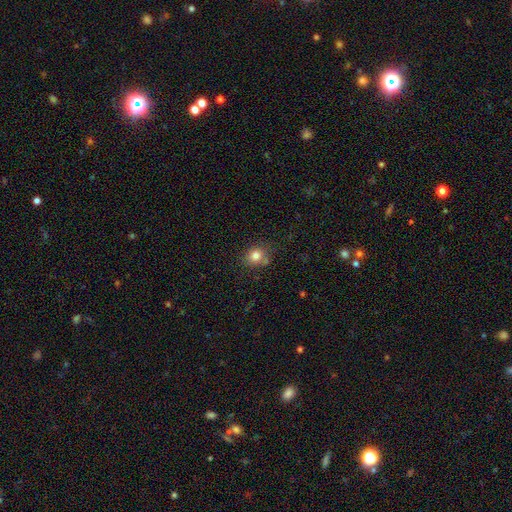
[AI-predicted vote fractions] Smooth or featured: smooth — 81% (star or artifact — 12%)
How rounded: round — 74% (in between — 26%)
Merging: none — 73% (minor disturbance — 15%)